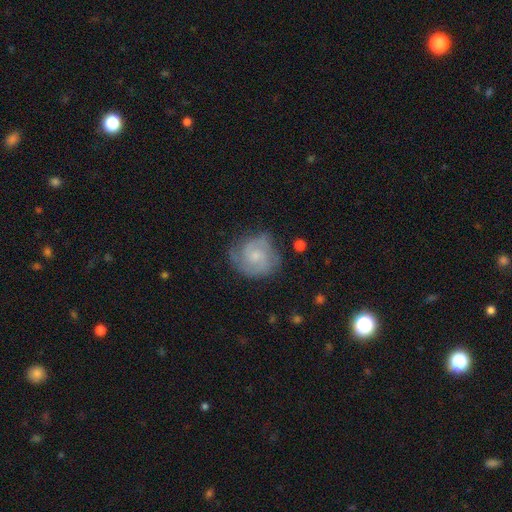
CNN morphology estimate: smooth-or-featured: featured or disk: 74% | smooth: 20% | star or artifact: 6%
  disk-edge-on: no: 98% | yes: 2%
    bar: no: 65% | weak: 32% | strong: 4%
    has-spiral-arms: yes: 94% | no: 6%
      spiral-winding: tight: 49% | medium: 41% | loose: 10%
      spiral-arm-count: 2: 54% | 3: 19% | can't tell: 17% | 1: 4% | 4: 3% | more than 4: 3%
    bulge-size: small: 54% | moderate: 34% | none: 8% | large: 2% | dominant: 1%
  merging: none: 70% | minor disturbance: 21% | major disturbance: 8% | merger: 2%